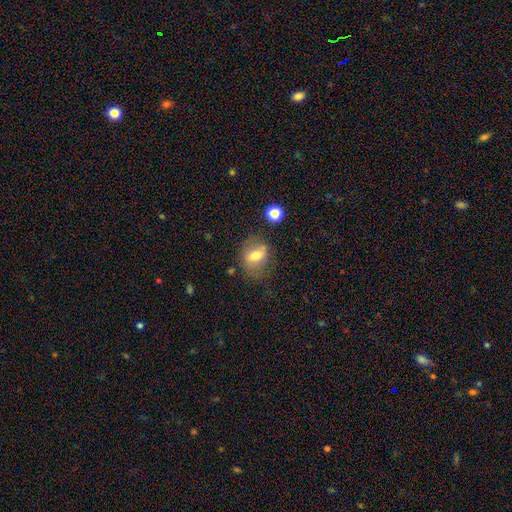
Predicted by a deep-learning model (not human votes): The model was most divided on "how rounded": in between: 57%, round: 41%, cigar-shaped: 2%. More confident: smooth or featured — smooth (64%); merging — none (61%).